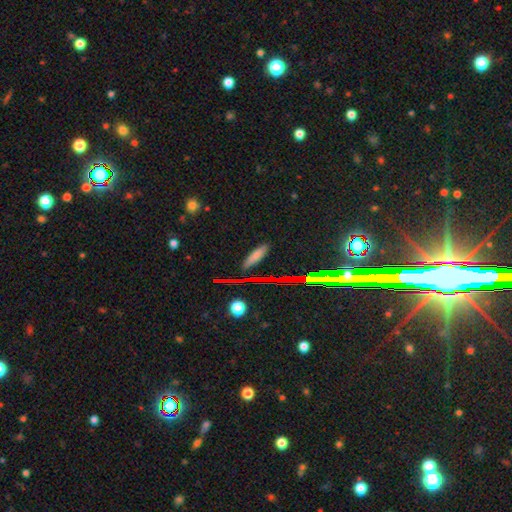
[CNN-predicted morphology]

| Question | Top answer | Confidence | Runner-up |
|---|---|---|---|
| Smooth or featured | smooth | 69% | star or artifact (17%) |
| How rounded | cigar-shaped | 67% | in between (29%) |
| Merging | none | 84% | minor disturbance (11%) |